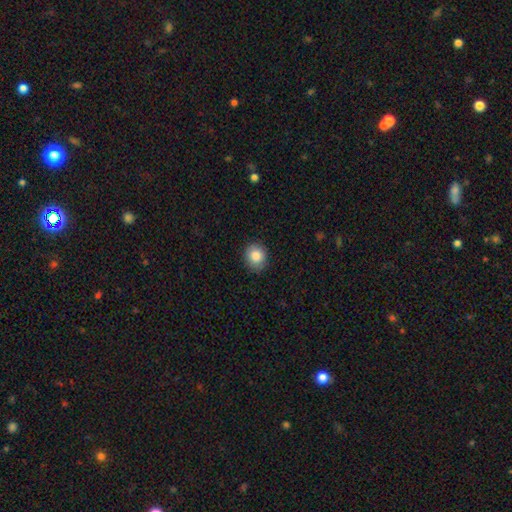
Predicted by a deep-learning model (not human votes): Morphology: type=smooth (86%); roundness=round (79%); merging=none (87%).